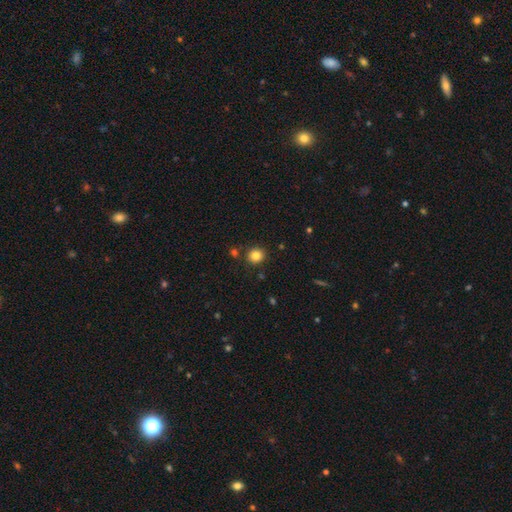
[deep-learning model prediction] This is clearly a smooth galaxy (83%). How rounded: clearly round (88%). Merging: clearly none (86%).